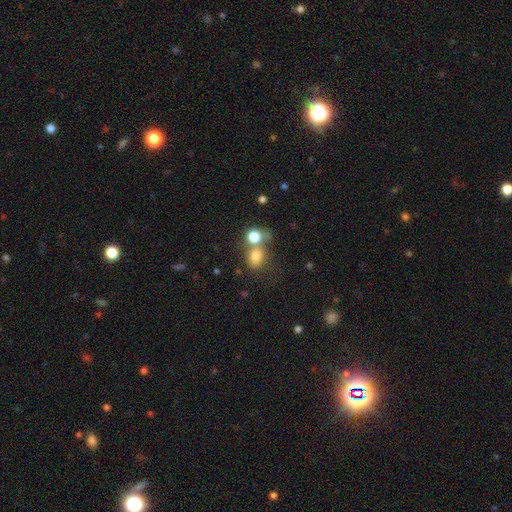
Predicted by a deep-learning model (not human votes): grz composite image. It shows a smooth galaxy with no disk features (76%) that is in between round and cigar-shaped (52%). Merging: none (42%).